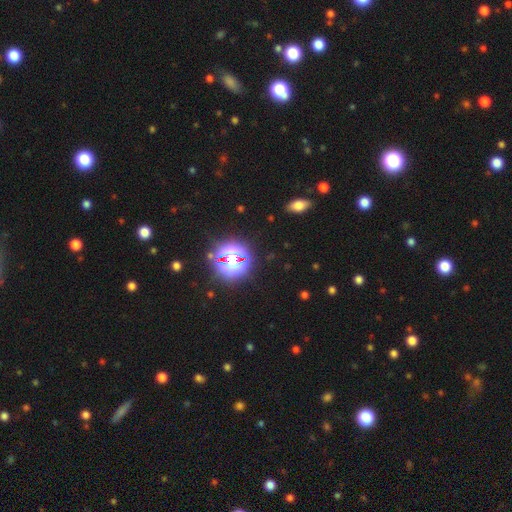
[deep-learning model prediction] star or artifact 76%, smooth 18%, featured or disk 6%.